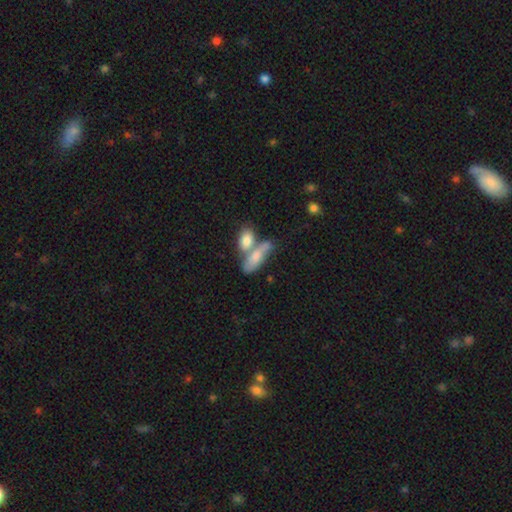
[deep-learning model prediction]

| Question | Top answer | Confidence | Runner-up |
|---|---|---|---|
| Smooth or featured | smooth | 69% | featured or disk (23%) |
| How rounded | in between | 69% | cigar-shaped (27%) |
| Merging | merger | 55% | none (30%) |